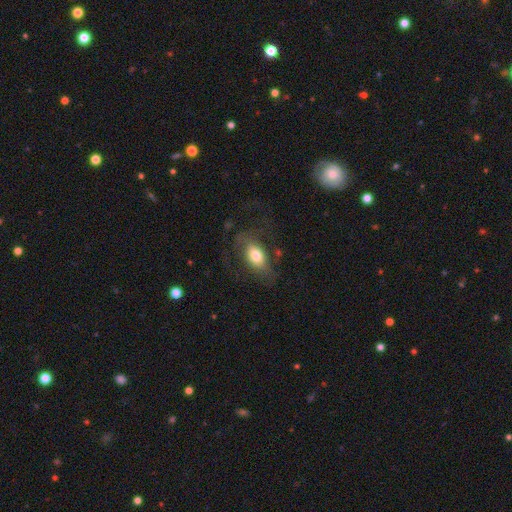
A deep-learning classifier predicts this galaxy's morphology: type=smooth (68%); roundness=in between (87%); merging=none (57%).